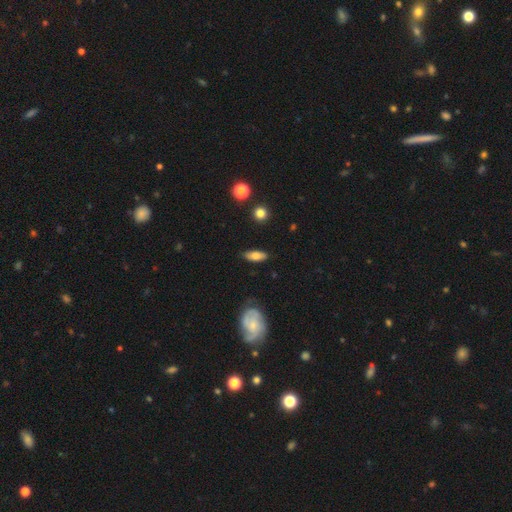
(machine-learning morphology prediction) smooth 71%, featured or disk 22%, star or artifact 7%. Down the decision tree: how rounded — in between (72%); merging — none (82%).